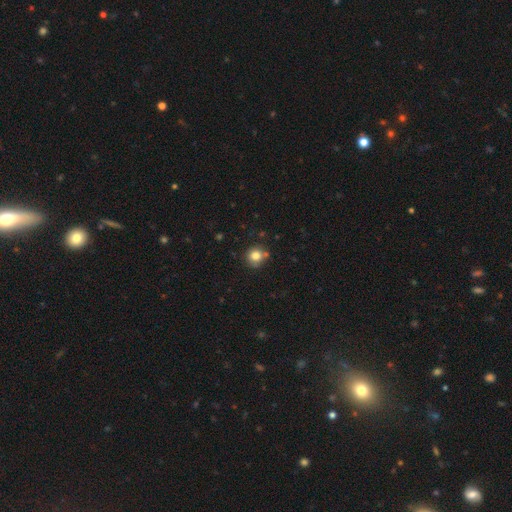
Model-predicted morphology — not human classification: This is clearly a smooth galaxy (81%). How rounded: clearly round (90%). Merging: likely none (75%).